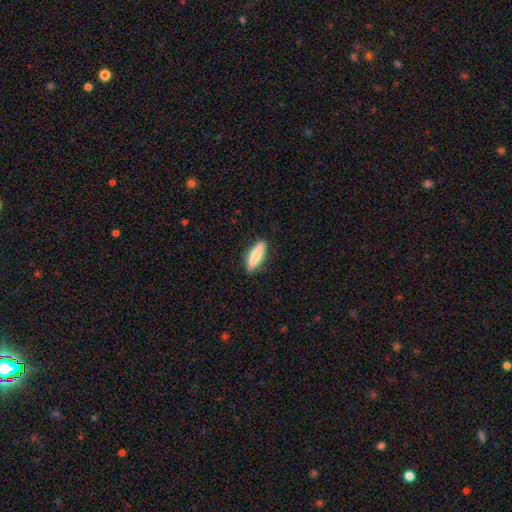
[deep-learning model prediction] Smooth or featured? smooth (80%)
How rounded? cigar-shaped (58%)
Merging? none (87%)